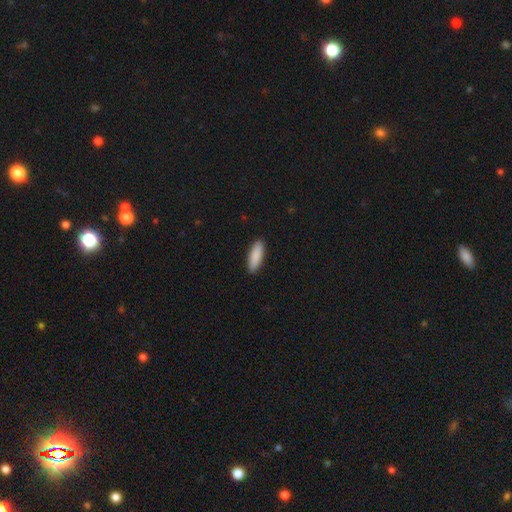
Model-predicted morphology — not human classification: type=smooth (90%); roundness=in between (58%); merging=none (90%).